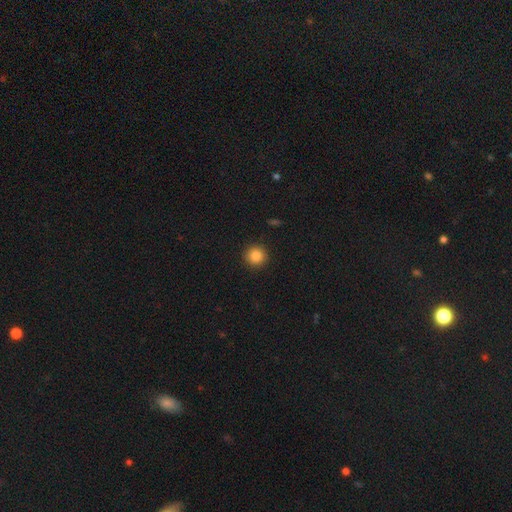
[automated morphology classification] smooth-or-featured: smooth: 85% | star or artifact: 10% | featured or disk: 5%
  how-rounded: round: 95% | in between: 4% | cigar-shaped: 1%
  merging: none: 93% | minor disturbance: 5% | major disturbance: 2% | merger: 1%